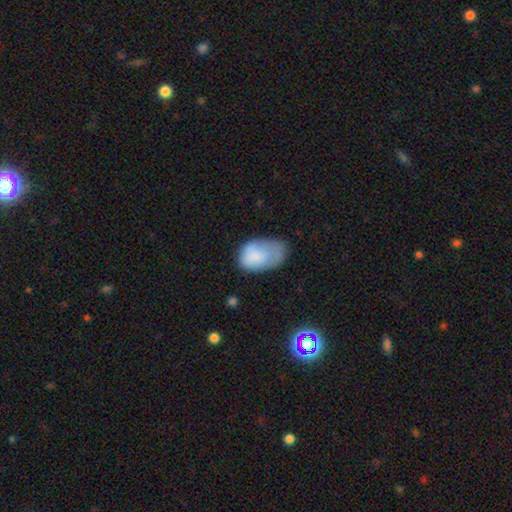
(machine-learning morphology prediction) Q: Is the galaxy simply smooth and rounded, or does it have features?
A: smooth — 79%.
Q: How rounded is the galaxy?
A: in between — 90%.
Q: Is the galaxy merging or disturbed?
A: minor disturbance — 39%.